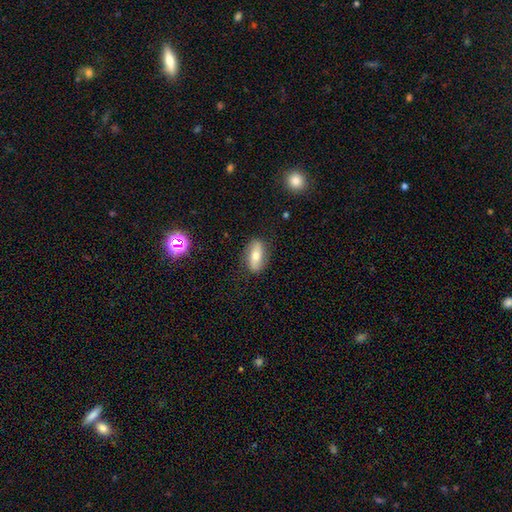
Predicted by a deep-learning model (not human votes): This appears to be a smooth galaxy with no disk features (54%) that is in between round and cigar-shaped (79%). Merging: none (83%).